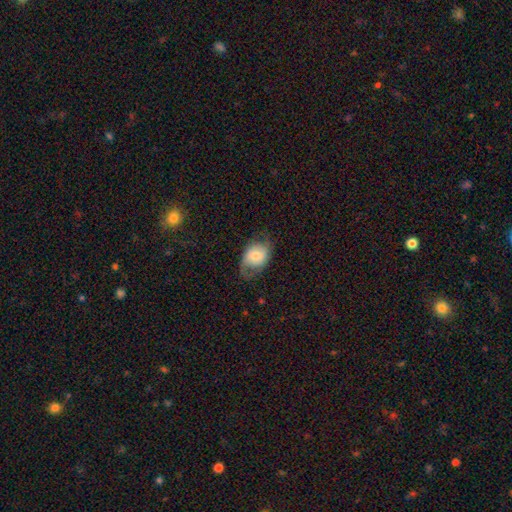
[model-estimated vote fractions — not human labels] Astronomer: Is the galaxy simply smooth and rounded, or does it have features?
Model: smooth — 57% (runner-up: featured or disk, 35%).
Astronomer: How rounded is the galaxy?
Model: in between — 68%.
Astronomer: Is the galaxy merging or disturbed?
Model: none — 54%.